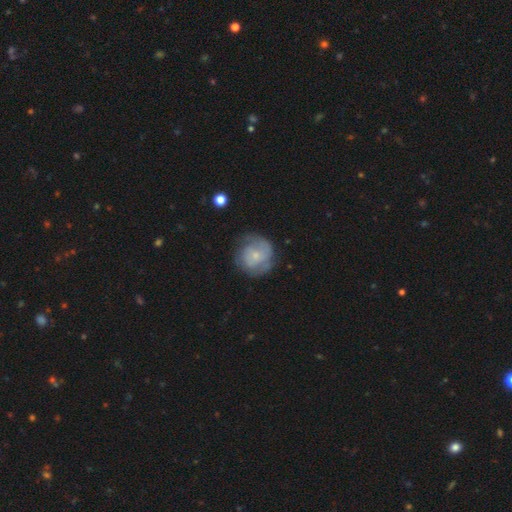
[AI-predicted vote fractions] Smooth or featured? Predicted: featured or disk (p=0.54). Edge-on disk? Predicted: no (p=0.97). Bar? Predicted: no (p=0.76). Spiral arms? Predicted: yes (p=0.73). Bulge size? Predicted: small (p=0.73). Merging? Predicted: none (p=0.61).